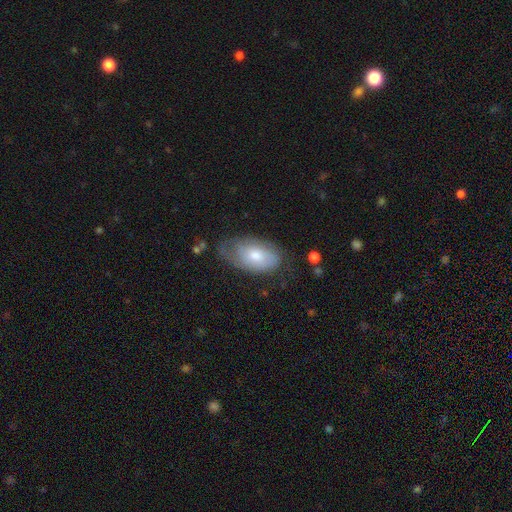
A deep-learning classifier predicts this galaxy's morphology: This appears to be a smooth galaxy with no disk features (53%) that is in between round and cigar-shaped (93%). Merging: none (52%).